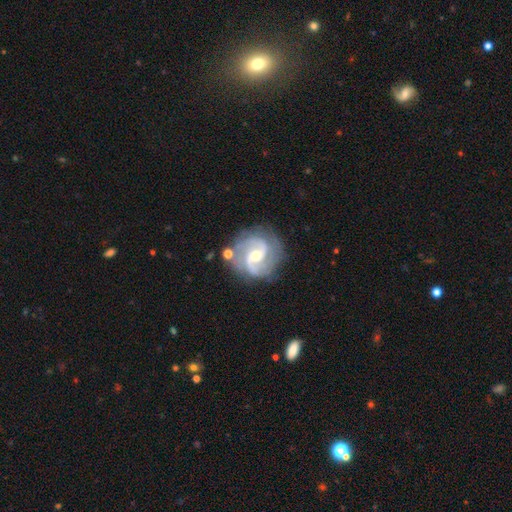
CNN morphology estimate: Q: Smooth or featured?
A: featured or disk (90%); runner-up: smooth (5%)
Q: Edge-on disk?
A: no (98%); runner-up: yes (2%)
Q: Bar?
A: no (44%); runner-up: weak (42%)
Q: Spiral arms?
A: yes (98%); runner-up: no (2%)
Q: Spiral winding?
A: medium (53%); runner-up: tight (32%)
Q: Spiral arm count?
A: 2 (67%); runner-up: 3 (18%)
Q: Bulge size?
A: small (51%); runner-up: moderate (45%)
Q: Merging?
A: none (73%); runner-up: minor disturbance (16%)